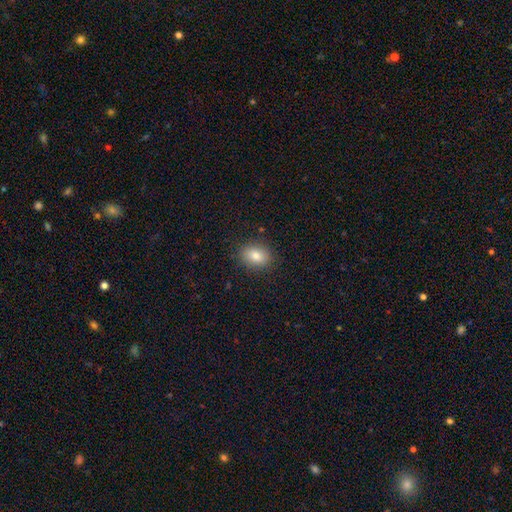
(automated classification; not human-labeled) Morphology: type=smooth (81%); roundness=in between (57%); merging=none (87%).